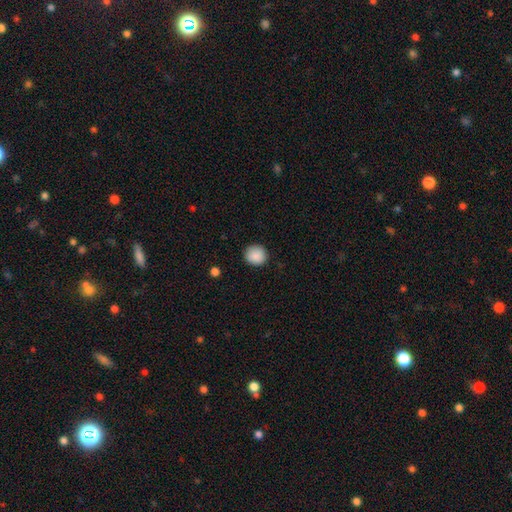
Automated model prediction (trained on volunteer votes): Morphology: type=smooth (89%); roundness=round (89%); merging=none (89%).